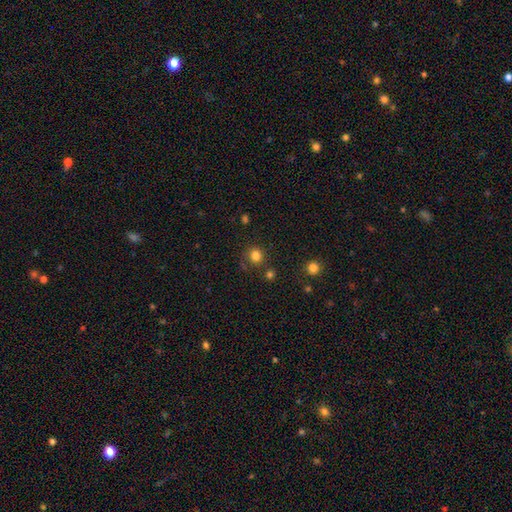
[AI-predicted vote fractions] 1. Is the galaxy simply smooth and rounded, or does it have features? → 81% smooth, 14% star or artifact, 6% featured or disk.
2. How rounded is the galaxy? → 88% round, 11% in between, 1% cigar-shaped.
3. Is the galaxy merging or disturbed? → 74% none, 13% minor disturbance, 7% merger, 6% major disturbance.